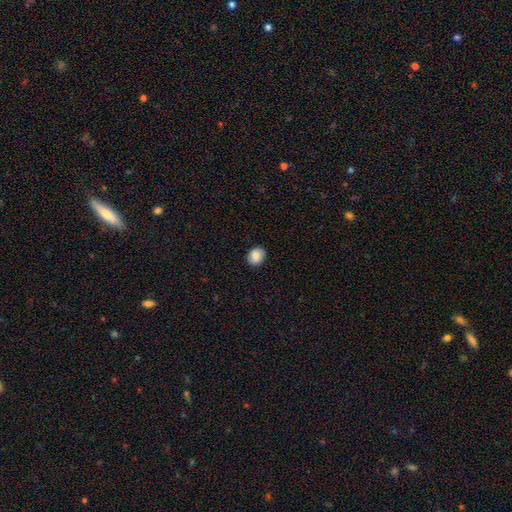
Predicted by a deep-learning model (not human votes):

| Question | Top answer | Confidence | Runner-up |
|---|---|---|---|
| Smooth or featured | smooth | 87% | star or artifact (8%) |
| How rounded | round | 69% | in between (31%) |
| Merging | none | 87% | minor disturbance (10%) |